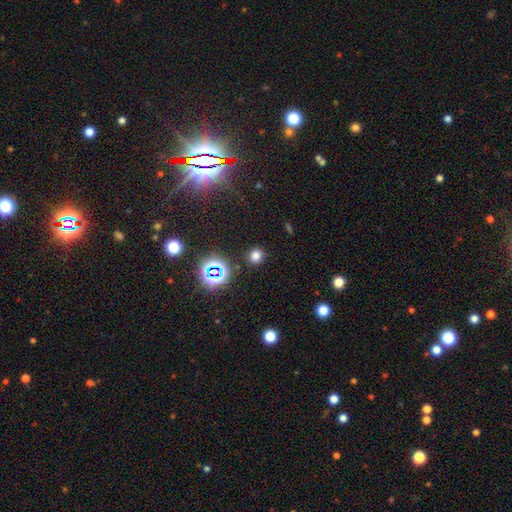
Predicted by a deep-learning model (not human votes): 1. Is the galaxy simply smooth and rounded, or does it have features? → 72% smooth, 23% star or artifact, 5% featured or disk.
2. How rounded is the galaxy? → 82% round, 16% in between, 1% cigar-shaped.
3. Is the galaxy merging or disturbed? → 88% none, 8% minor disturbance, 3% major disturbance, 2% merger.